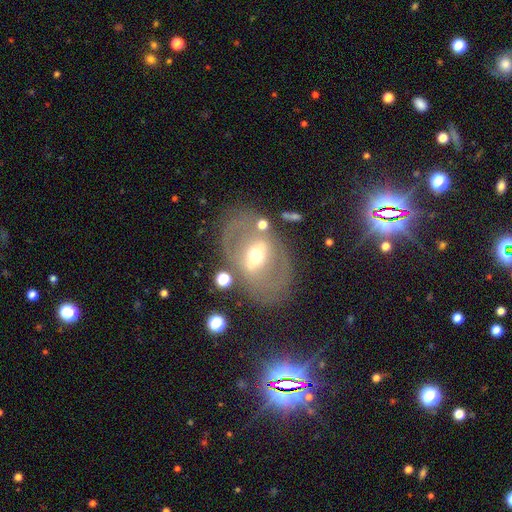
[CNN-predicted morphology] Overall: featured or disk (69%). Edge-on disk: no (91%). Bar: strong (40%; weak 37%). Spiral arms: no (62%; yes 38%). Bulge size: moderate (62%; small 28%). Merging: none (72%).